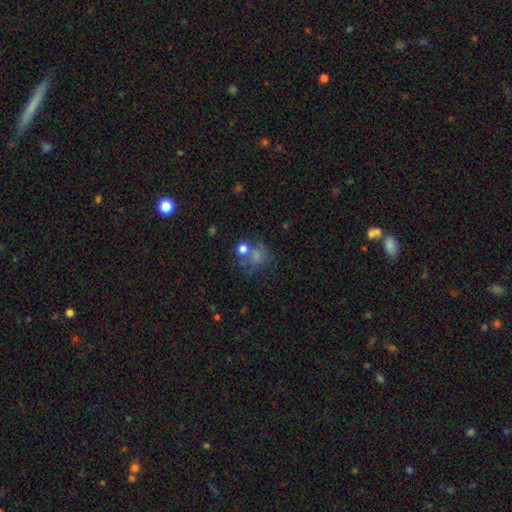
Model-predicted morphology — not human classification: Smooth or featured? smooth (60%)
How rounded? round (68%)
Merging? none (42%)